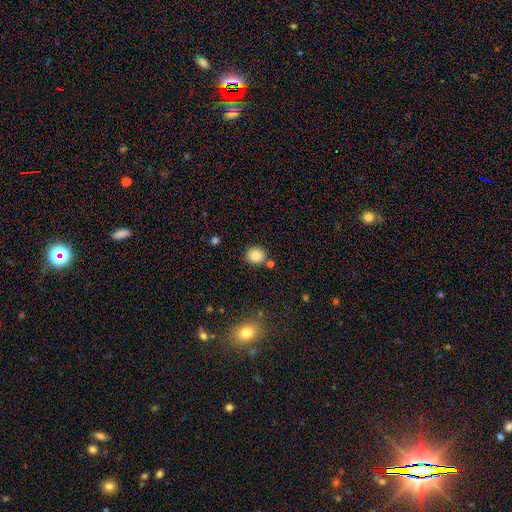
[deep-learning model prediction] Smooth or featured: smooth — 85% (star or artifact — 10%)
How rounded: round — 85% (in between — 14%)
Merging: none — 80% (minor disturbance — 9%)